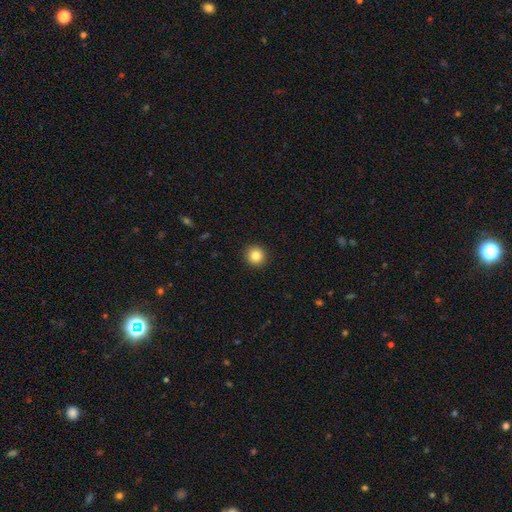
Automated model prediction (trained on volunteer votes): This is clearly a smooth galaxy (84%). How rounded: clearly round (94%). Merging: clearly none (93%).